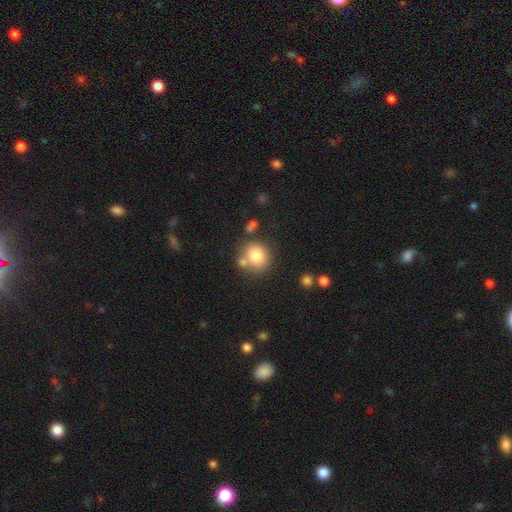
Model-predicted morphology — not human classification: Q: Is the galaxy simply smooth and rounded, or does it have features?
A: smooth — 80%.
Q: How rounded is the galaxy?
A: round — 83%.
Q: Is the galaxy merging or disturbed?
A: none — 64%.